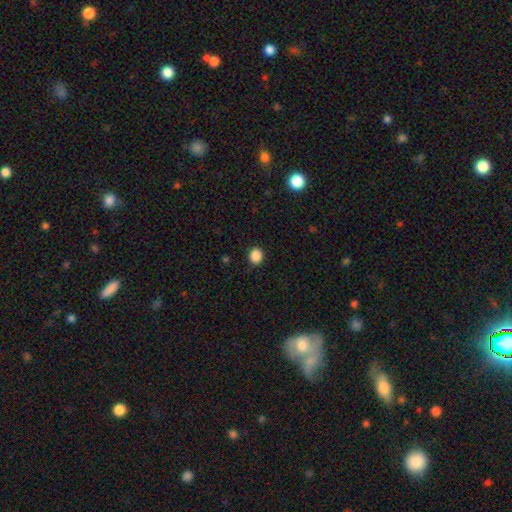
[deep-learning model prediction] This appears to be a smooth galaxy with no disk features (87%) that is round (81%). Merging: none (89%).